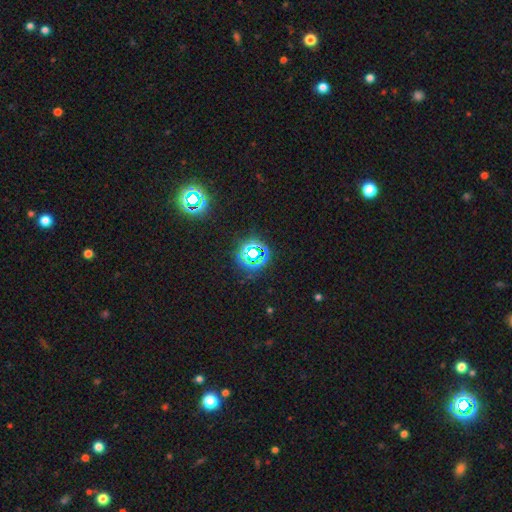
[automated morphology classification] Smooth or featured?
  - star or artifact: 71% *
  - smooth: 20%
  - featured or disk: 9%